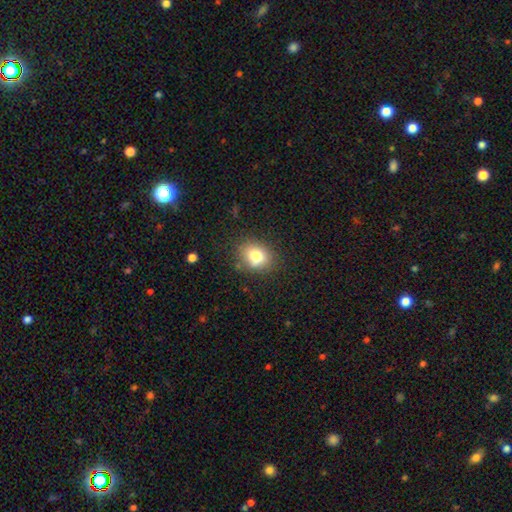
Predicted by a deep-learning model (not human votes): Smooth or featured?
  - smooth: 78% *
  - star or artifact: 11%
  - featured or disk: 11%
How rounded?
  - round: 54% *
  - in between: 45%
  - cigar-shaped: 1%
Merging?
  - none: 76% *
  - minor disturbance: 16%
  - major disturbance: 5%
  - merger: 3%